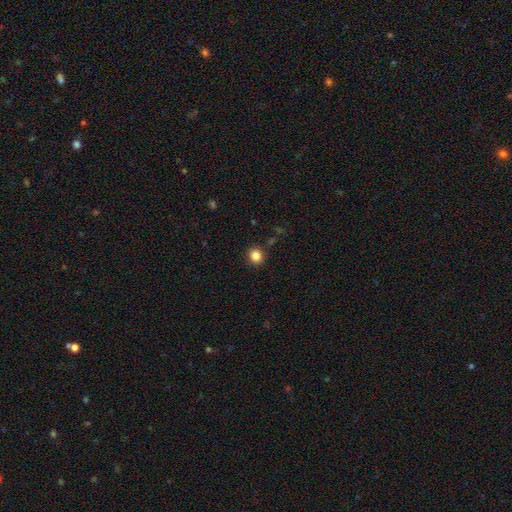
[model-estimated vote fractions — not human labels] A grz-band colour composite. It shows a smooth galaxy with no disk features (85%) that is round (82%). Merging: none (90%).